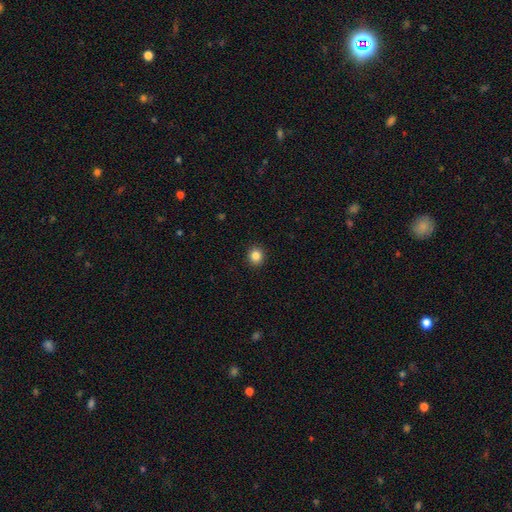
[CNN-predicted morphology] Q: Smooth or featured?
A: smooth (85%); runner-up: star or artifact (11%)
Q: How rounded?
A: round (83%); runner-up: in between (16%)
Q: Merging?
A: none (92%); runner-up: minor disturbance (5%)